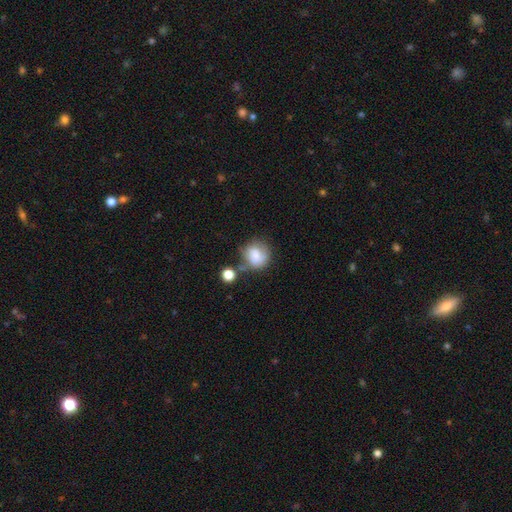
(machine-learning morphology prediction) Smooth or featured? smooth (68%)
How rounded? round (82%)
Merging? none (53%)